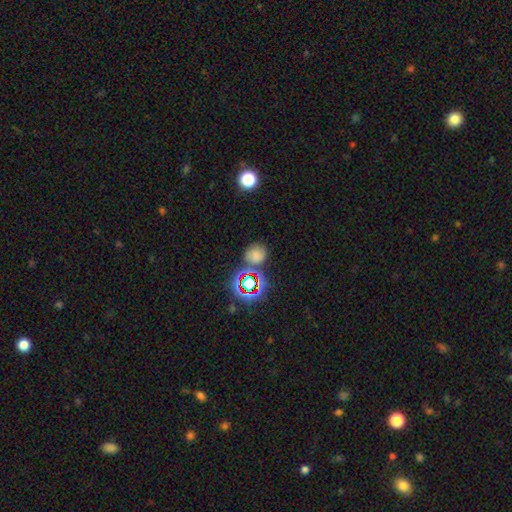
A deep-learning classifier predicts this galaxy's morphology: type=smooth (61%); roundness=round (74%); merging=none (66%).